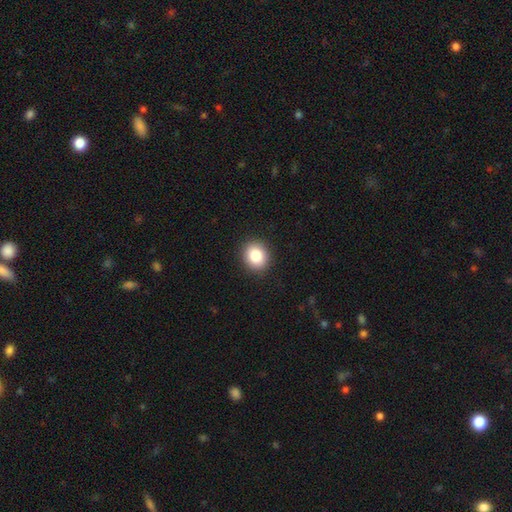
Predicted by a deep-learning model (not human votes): Overall: smooth (84%). How rounded: round (66%; in between 34%). Merging: none (91%).